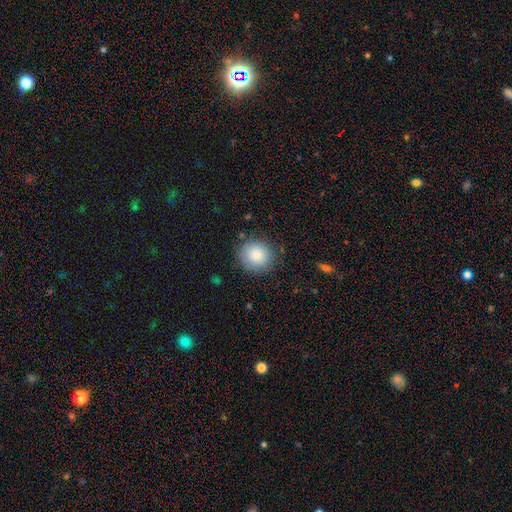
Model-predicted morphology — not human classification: Overall: smooth (85%). How rounded: round (88%). Merging: none (85%).